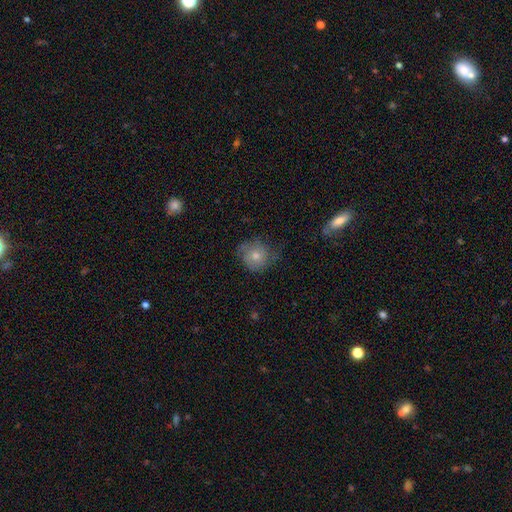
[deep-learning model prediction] Overall: smooth (45%; featured or disk 42%). Merging: none (68%).